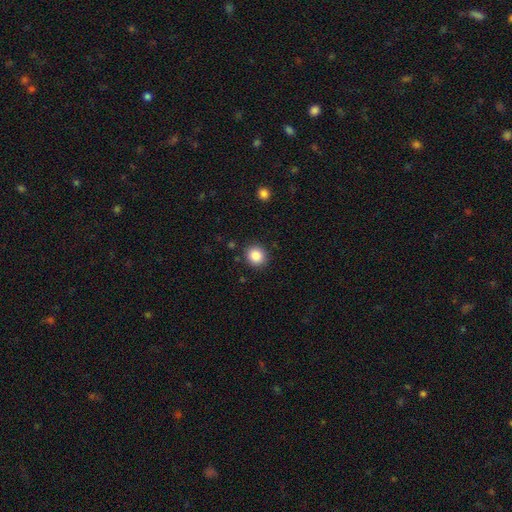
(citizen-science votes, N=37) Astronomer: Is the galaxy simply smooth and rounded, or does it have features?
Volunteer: smooth — 89%.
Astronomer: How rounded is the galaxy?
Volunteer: round — 88%.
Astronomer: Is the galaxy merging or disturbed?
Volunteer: none — 82%.